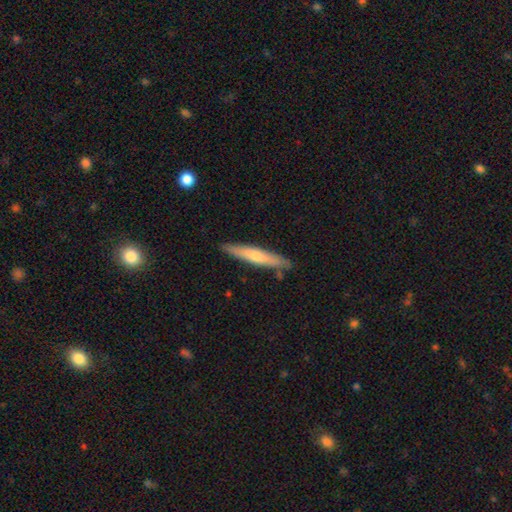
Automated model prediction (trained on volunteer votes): smooth 53%, featured or disk 41%, star or artifact 5%. Down the decision tree: how rounded — cigar-shaped (92%); merging — none (86%).